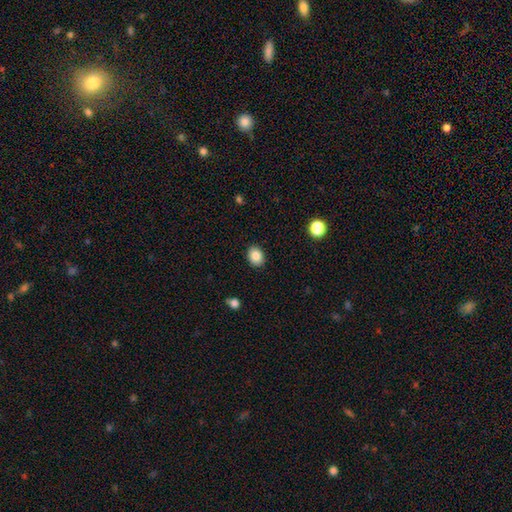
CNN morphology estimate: This appears to be a smooth galaxy with no disk features (84%) that is in between round and cigar-shaped (52%). Merging: none (89%).